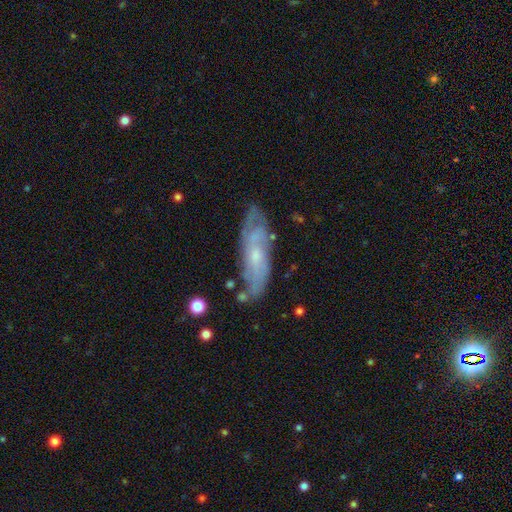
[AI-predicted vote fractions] Smooth or featured? featured or disk (67%)
Edge-on disk? no (75%)
Merging? none (72%)